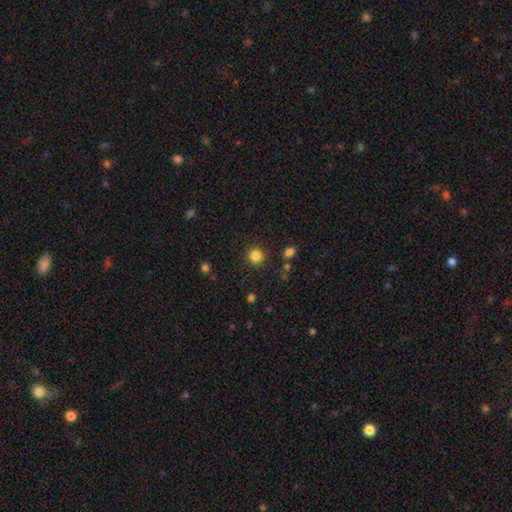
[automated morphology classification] A smooth galaxy with no disk features (84%) that is round (93%). Merging: none (90%).